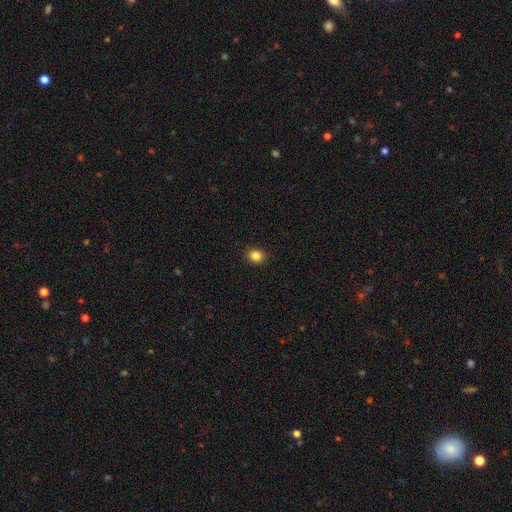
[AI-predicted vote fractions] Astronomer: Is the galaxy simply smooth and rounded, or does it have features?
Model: smooth — 85%.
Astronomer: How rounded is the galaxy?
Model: round — 69%.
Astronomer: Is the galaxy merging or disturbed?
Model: none — 91%.